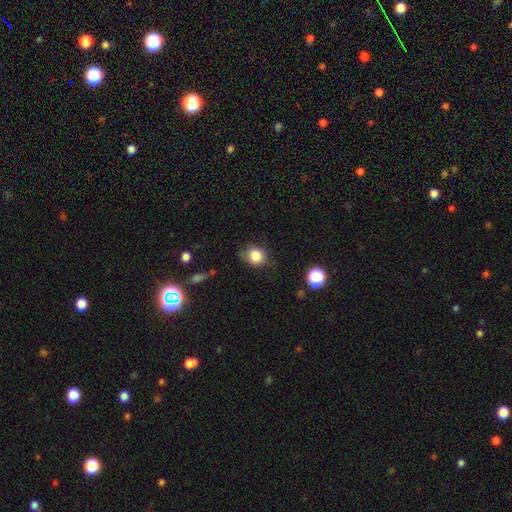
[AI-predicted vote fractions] Smooth or featured? smooth (83%)
How rounded? round (70%)
Merging? none (70%)